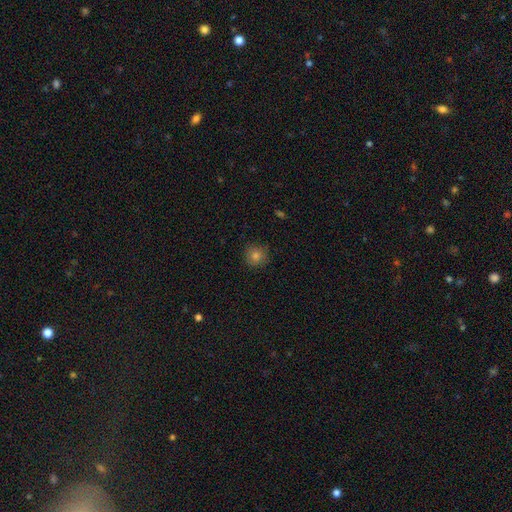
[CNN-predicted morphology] Smooth or featured? Predicted: smooth (p=0.79). How rounded? Predicted: round (p=0.94). Merging? Predicted: none (p=0.89).